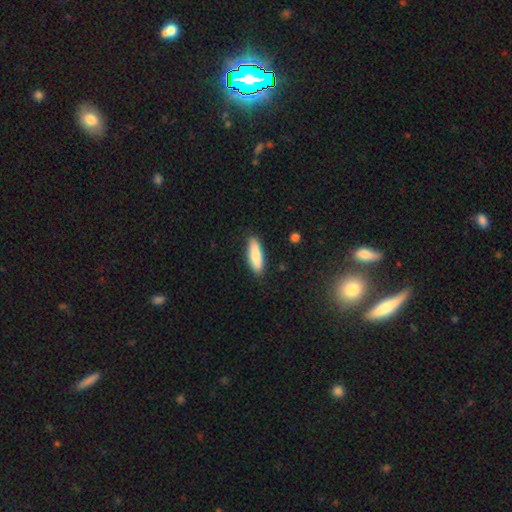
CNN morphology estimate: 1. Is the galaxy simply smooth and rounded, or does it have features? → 83% smooth, 11% featured or disk, 6% star or artifact.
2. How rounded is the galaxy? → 57% cigar-shaped, 41% in between, 2% round.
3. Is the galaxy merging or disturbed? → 87% none, 9% minor disturbance, 2% major disturbance, 1% merger.